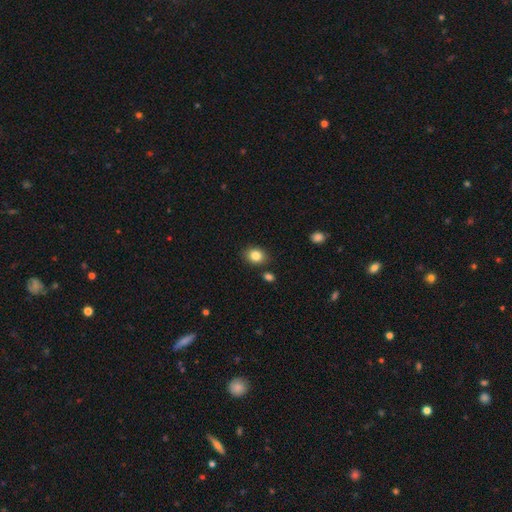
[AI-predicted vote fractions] This appears to be a smooth galaxy with no disk features (85%) that is in between round and cigar-shaped (54%). Merging: none (82%).